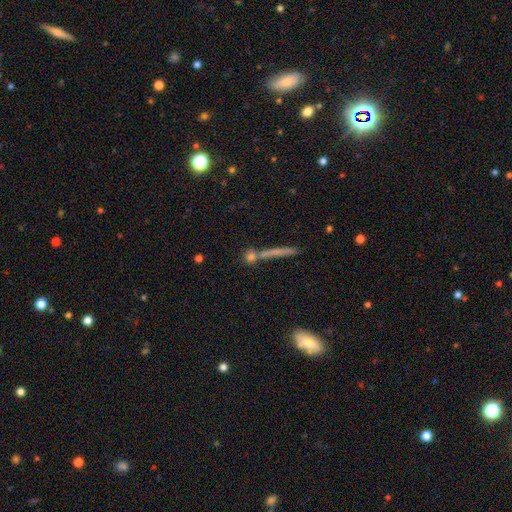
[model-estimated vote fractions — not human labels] This is possibly a smooth galaxy (54%). How rounded: likely cigar-shaped (67%). Merging: likely none (70%).